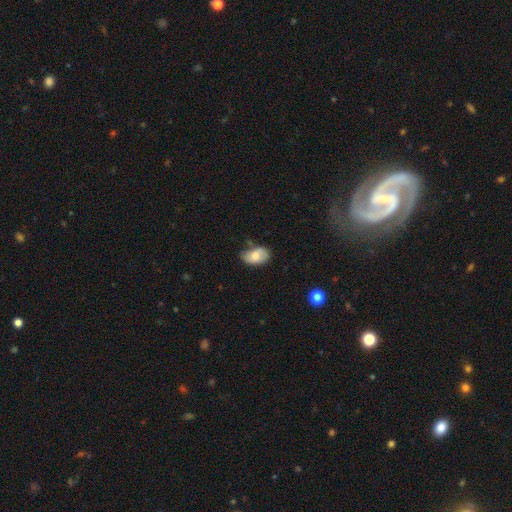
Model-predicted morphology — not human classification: smooth_or_featured: smooth (p=0.72) [alt: featured or disk p=0.20]
how_rounded: in between (p=0.90) [alt: round p=0.09]
merging: none (p=0.52) [alt: minor disturbance p=0.34]